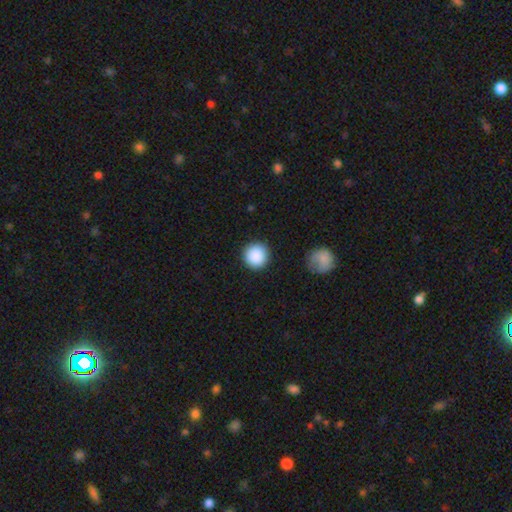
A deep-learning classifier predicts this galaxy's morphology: Smooth or featured? Predicted: smooth (p=0.89). How rounded? Predicted: round (p=0.96). Merging? Predicted: none (p=0.92).